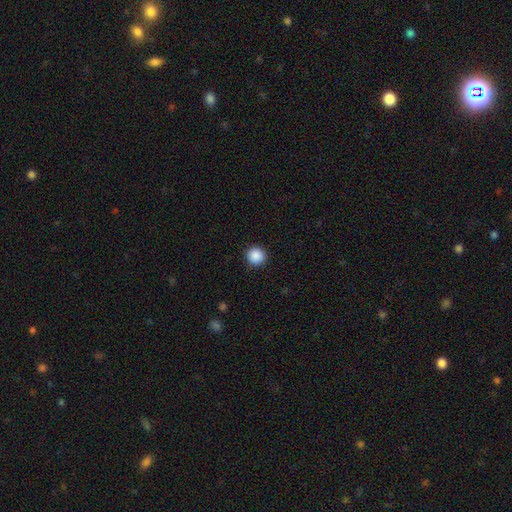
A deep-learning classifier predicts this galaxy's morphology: A smooth galaxy with no disk features (89%) that is round (95%). Merging: none (92%).